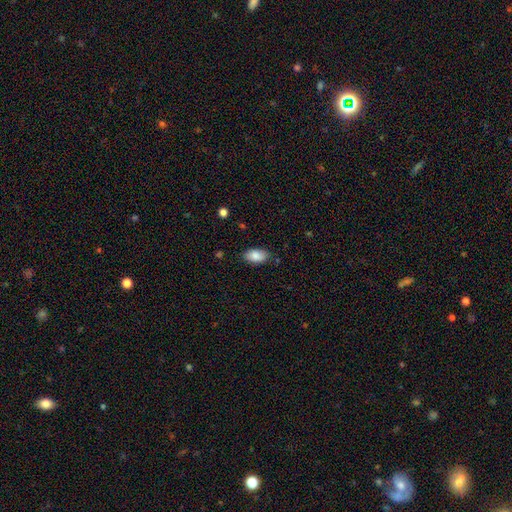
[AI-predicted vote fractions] Q: Smooth or featured?
A: smooth (86%); runner-up: featured or disk (8%)
Q: How rounded?
A: in between (93%); runner-up: round (4%)
Q: Merging?
A: none (83%); runner-up: minor disturbance (13%)